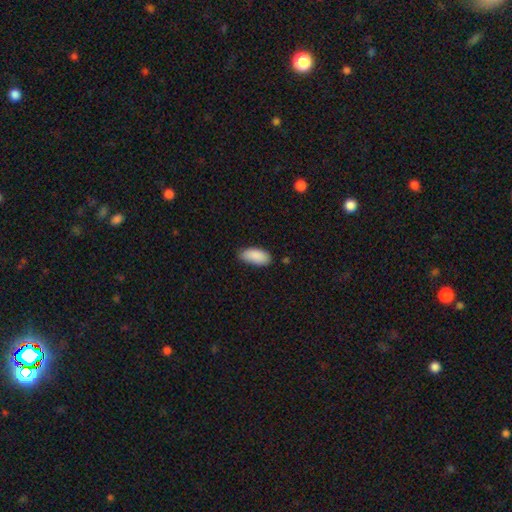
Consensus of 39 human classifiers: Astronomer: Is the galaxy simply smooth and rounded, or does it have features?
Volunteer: smooth — 92%.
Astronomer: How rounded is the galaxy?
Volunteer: in between — 89%.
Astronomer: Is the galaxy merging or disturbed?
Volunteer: none — 76%.